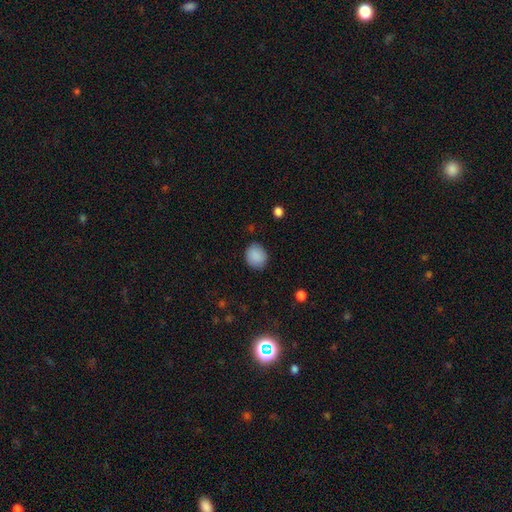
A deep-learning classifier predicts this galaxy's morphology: Smooth or featured? smooth (89%)
How rounded? round (68%)
Merging? none (86%)